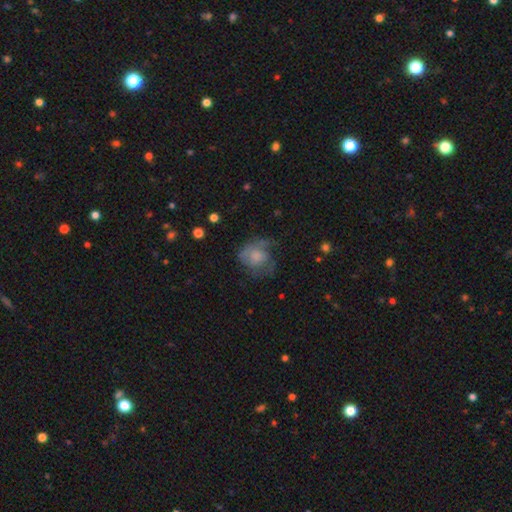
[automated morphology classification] Q: Smooth or featured?
A: smooth (49%); runner-up: featured or disk (42%)
Q: Merging?
A: none (37%); runner-up: major disturbance (35%)